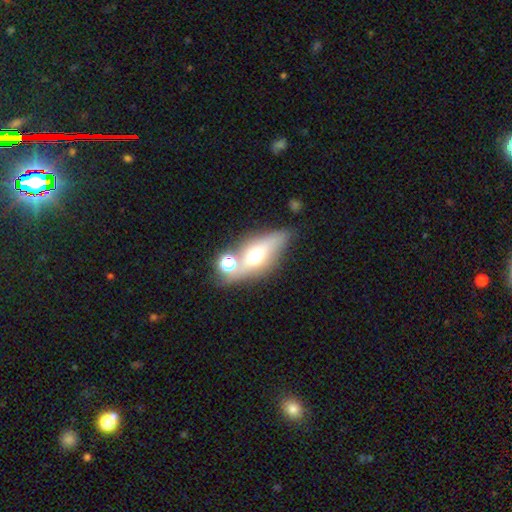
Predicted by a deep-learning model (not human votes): Overall: featured or disk (48%; smooth 40%). Merging: none (63%).